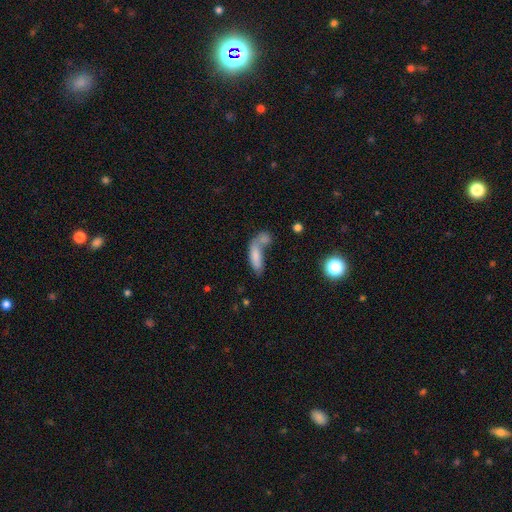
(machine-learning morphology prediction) smooth 75%, featured or disk 16%, star or artifact 9%. Down the decision tree: how rounded — in between (62%); merging — merger (56%).